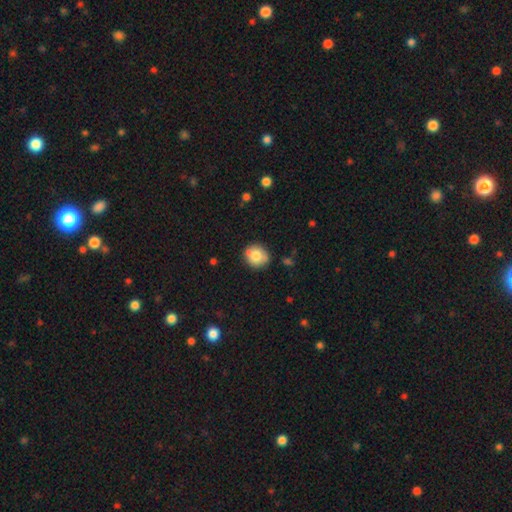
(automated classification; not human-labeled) Morphology: type=smooth (77%); roundness=round (80%); merging=none (81%).